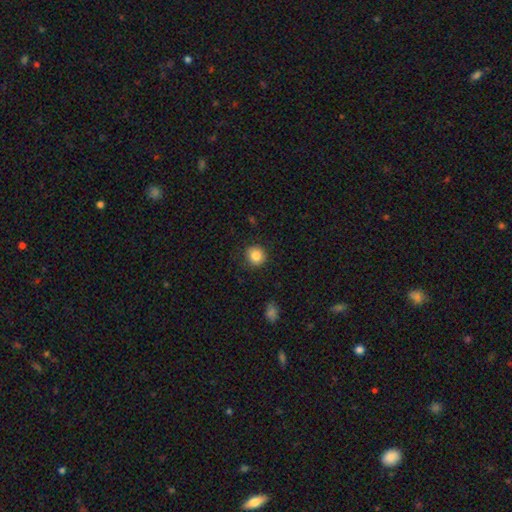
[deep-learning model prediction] This appears to be a smooth galaxy with no disk features (85%) that is round (91%). Merging: none (88%).